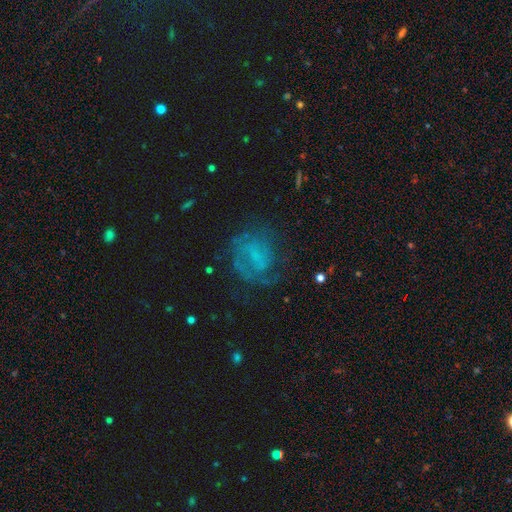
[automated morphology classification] A featured or disk galaxy (56%) with no bar (59%), spiral arms (77%) and no central bulge (61%).

Vote fractions:
- Smooth or featured? featured or disk: 56% / smooth: 25% / star or artifact: 19%
- Edge-on disk? no: 97% / yes: 3%
- Bar? no: 59% / weak: 32% / strong: 9%
- Spiral arms? yes: 77% / no: 23%
- Bulge size? none: 61% / small: 24% / moderate: 10% / large: 3% / dominant: 1%
- Merging? none: 61% / minor disturbance: 19% / major disturbance: 18% / merger: 2%